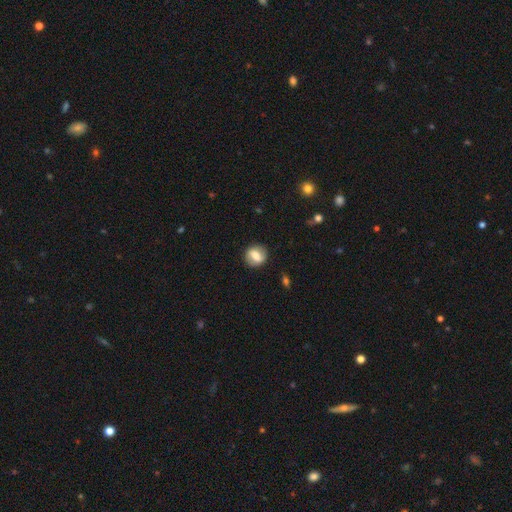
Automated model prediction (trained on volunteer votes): Smooth or featured?
  - smooth: 57% *
  - featured or disk: 35%
  - star or artifact: 8%
How rounded?
  - round: 72% *
  - in between: 26%
  - cigar-shaped: 2%
Merging?
  - none: 85% *
  - minor disturbance: 10%
  - major disturbance: 3%
  - merger: 1%